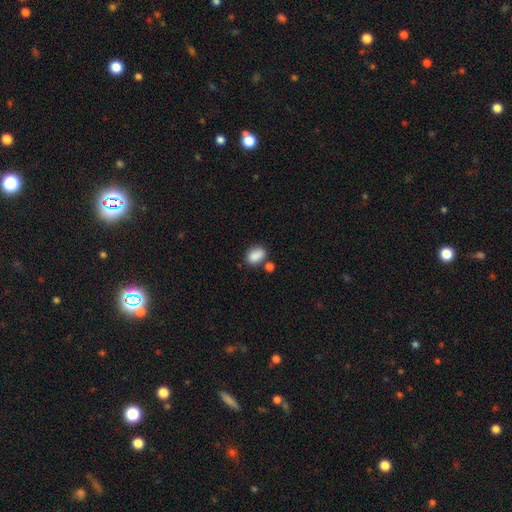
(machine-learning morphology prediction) smooth-or-featured: smooth: 87% | star or artifact: 8% | featured or disk: 4%
  how-rounded: in between: 79% | round: 20% | cigar-shaped: 1%
  merging: none: 67% | merger: 15% | minor disturbance: 14% | major disturbance: 4%